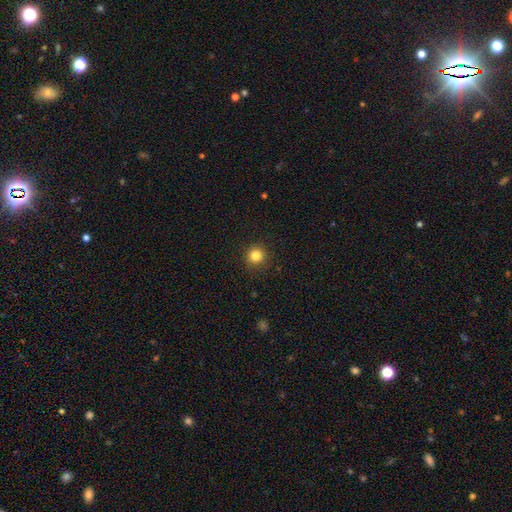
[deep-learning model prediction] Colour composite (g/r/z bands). It shows a smooth galaxy with no disk features (83%) that is round (93%). Merging: none (90%).